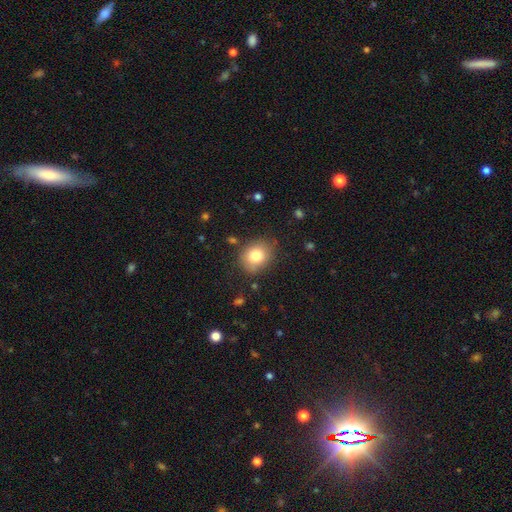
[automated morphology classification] Smooth or featured?
  - smooth: 80% *
  - featured or disk: 10%
  - star or artifact: 10%
How rounded?
  - round: 60% *
  - in between: 39%
  - cigar-shaped: 1%
Merging?
  - none: 81% *
  - minor disturbance: 13%
  - major disturbance: 4%
  - merger: 2%